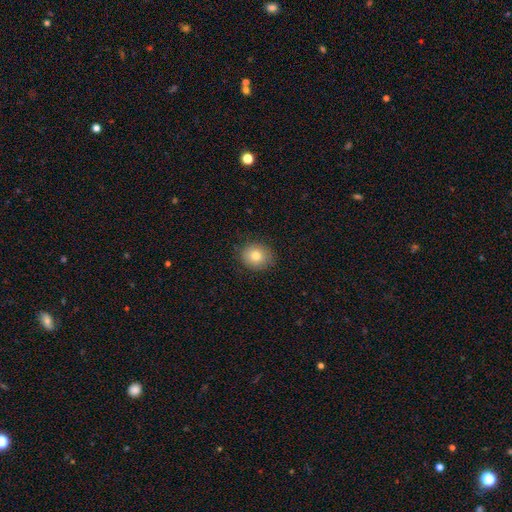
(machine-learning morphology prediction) type=smooth (78%); roundness=round (72%); merging=none (86%).